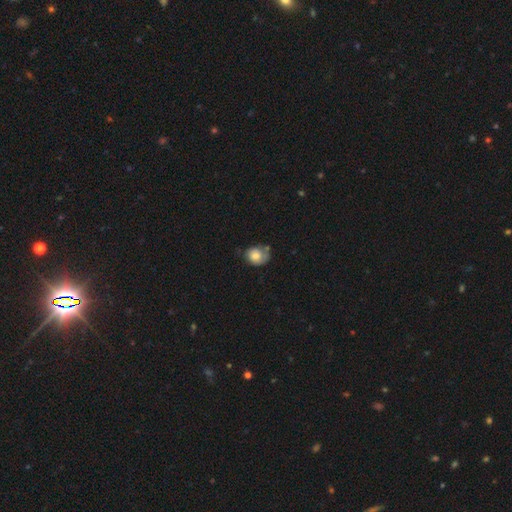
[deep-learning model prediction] A smooth galaxy with no disk features (70%) that is round (59%).

Vote fractions:
- Smooth or featured? smooth: 70% / featured or disk: 22% / star or artifact: 8%
- How rounded? round: 59% / in between: 40% / cigar-shaped: 1%
- Merging? none: 47% / minor disturbance: 32% / major disturbance: 13% / merger: 8%